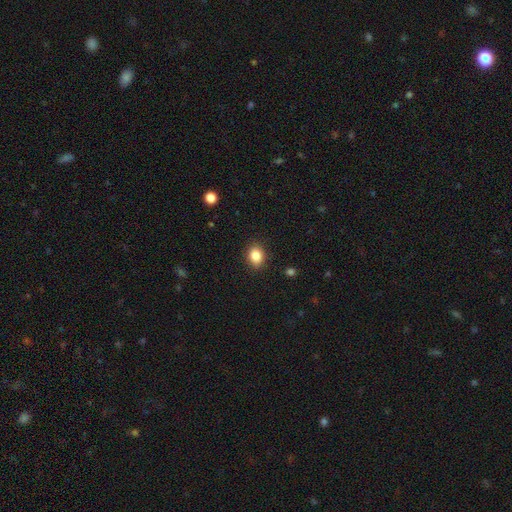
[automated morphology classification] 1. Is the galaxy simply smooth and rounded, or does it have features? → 86% smooth, 9% star or artifact, 5% featured or disk.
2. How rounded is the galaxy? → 59% in between, 40% round, 1% cigar-shaped.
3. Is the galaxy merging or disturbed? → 88% none, 9% minor disturbance, 2% major disturbance, 1% merger.